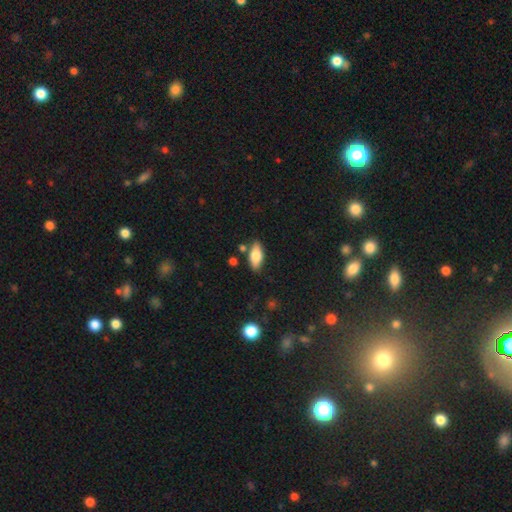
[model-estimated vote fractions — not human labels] Q: Smooth or featured?
A: smooth (78%); runner-up: featured or disk (16%)
Q: How rounded?
A: in between (84%); runner-up: cigar-shaped (13%)
Q: Merging?
A: none (80%); runner-up: minor disturbance (12%)